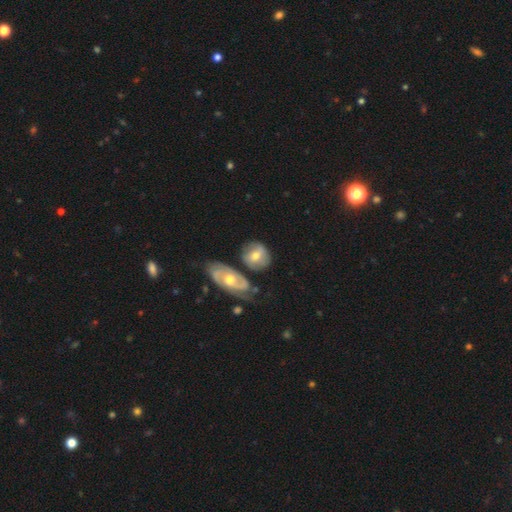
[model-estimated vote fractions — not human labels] This appears to be a smooth galaxy with no disk features (51%) that is round (62%). Merging: none (59%).